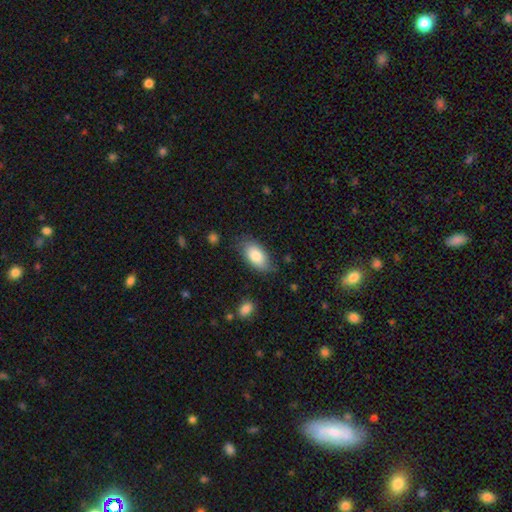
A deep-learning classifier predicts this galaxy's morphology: Overall: smooth (82%). How rounded: in between (93%). Merging: none (75%).